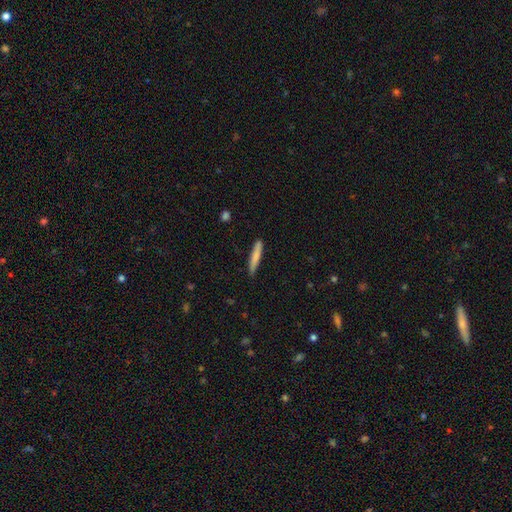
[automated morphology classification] type=smooth (76%); roundness=cigar-shaped (93%); merging=none (83%).